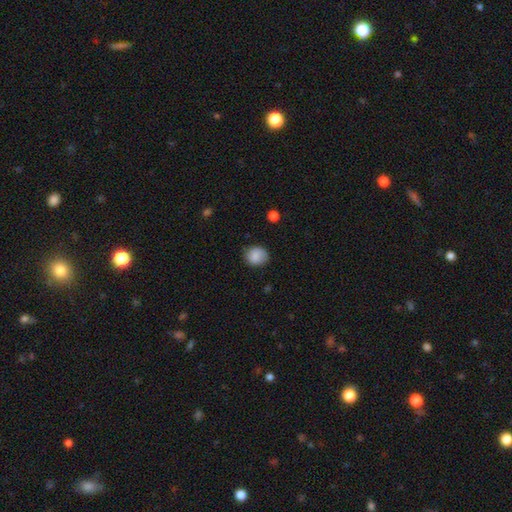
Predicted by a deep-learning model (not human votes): The model was most divided on "how rounded": round: 72%, in between: 27%, cigar-shaped: 1%. More confident: smooth or featured — smooth (85%); merging — none (76%).